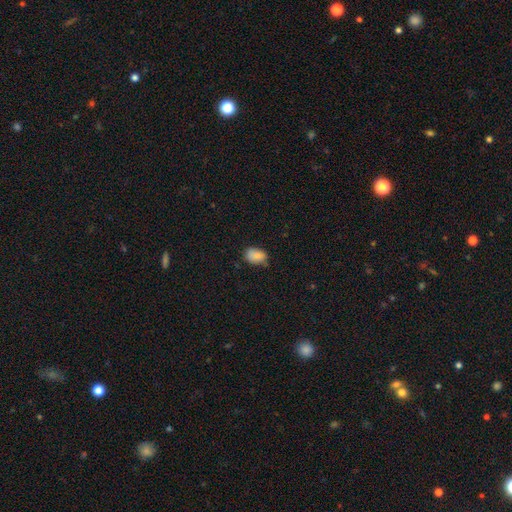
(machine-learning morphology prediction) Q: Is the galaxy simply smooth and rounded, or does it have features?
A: smooth — 84%.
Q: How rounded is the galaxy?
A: in between — 83%.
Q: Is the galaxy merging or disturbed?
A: none — 66%.